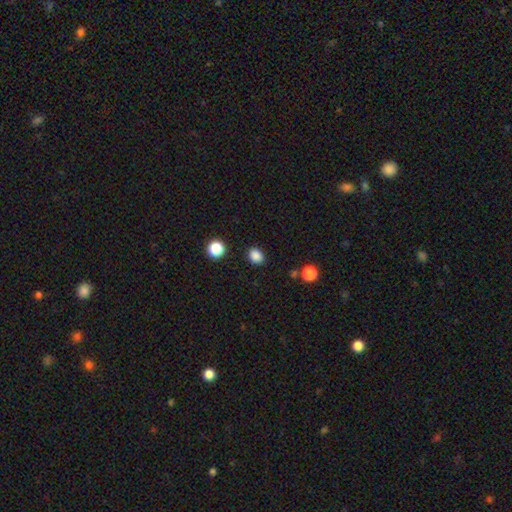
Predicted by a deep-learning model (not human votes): smooth 86%, star or artifact 11%, featured or disk 3%. Down the decision tree: how rounded — round (51%); merging — none (88%).